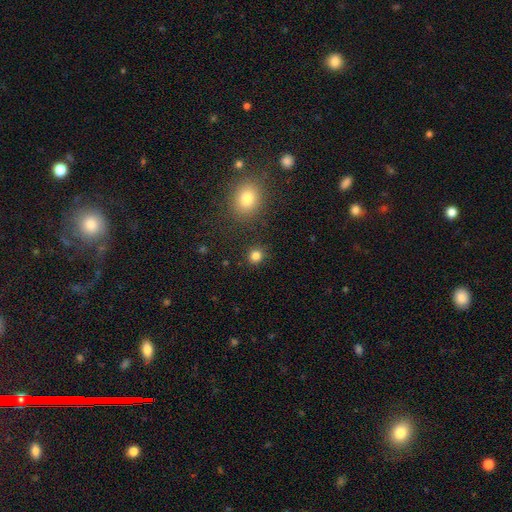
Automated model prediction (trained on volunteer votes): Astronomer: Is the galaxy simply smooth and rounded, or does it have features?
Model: smooth — 83%.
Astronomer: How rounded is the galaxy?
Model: round — 85%.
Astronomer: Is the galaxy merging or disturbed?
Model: none — 88%.